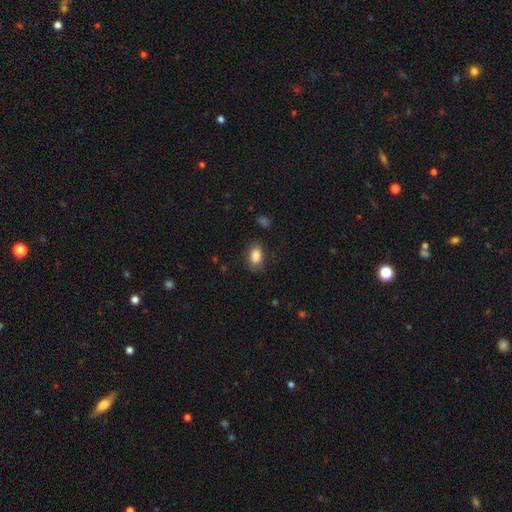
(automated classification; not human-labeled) Morphology: type=smooth (86%); roundness=in between (88%); merging=none (77%).